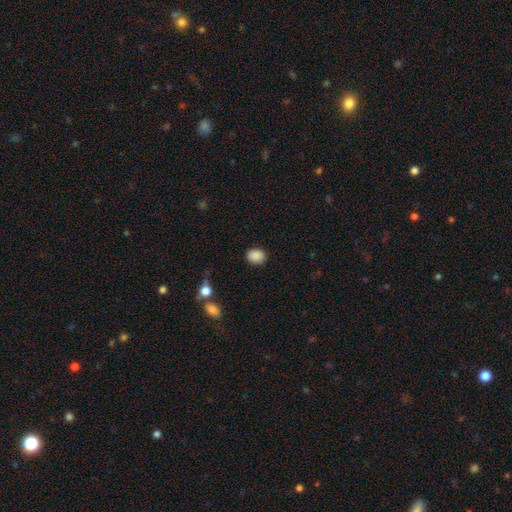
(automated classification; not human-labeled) smooth-or-featured: smooth: 88% | star or artifact: 9% | featured or disk: 3%
  how-rounded: in between: 55% | round: 44% | cigar-shaped: 1%
  merging: none: 86% | minor disturbance: 9% | major disturbance: 3% | merger: 2%